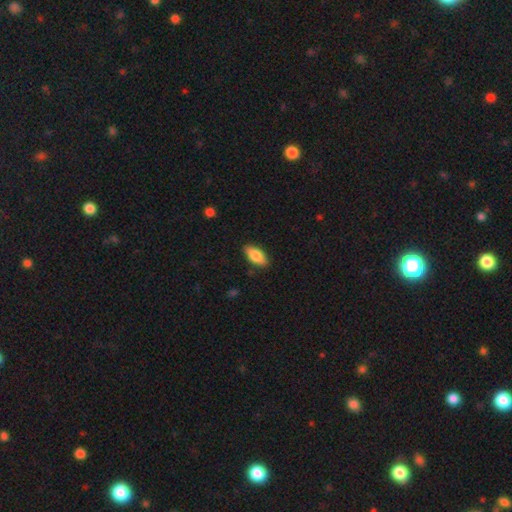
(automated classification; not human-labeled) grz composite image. It shows a smooth galaxy with no disk features (82%) that is in between round and cigar-shaped (88%). Merging: none (86%).